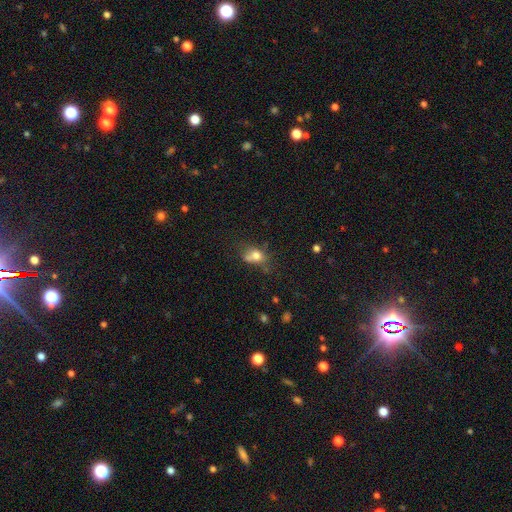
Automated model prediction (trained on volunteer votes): Smooth or featured?
  - smooth: 70% *
  - featured or disk: 17%
  - star or artifact: 13%
How rounded?
  - in between: 60% *
  - round: 37%
  - cigar-shaped: 3%
Merging?
  - none: 38% *
  - minor disturbance: 27%
  - major disturbance: 18%
  - merger: 17%